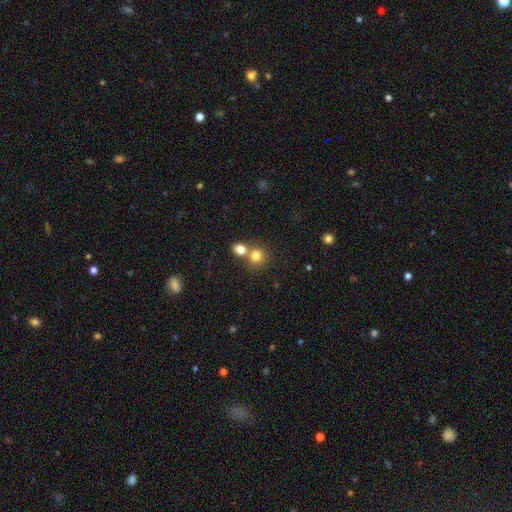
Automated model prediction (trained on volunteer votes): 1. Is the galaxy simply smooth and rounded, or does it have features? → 79% smooth, 12% star or artifact, 8% featured or disk.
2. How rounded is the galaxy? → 84% round, 15% in between, 1% cigar-shaped.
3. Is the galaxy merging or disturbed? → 48% none, 43% merger, 6% minor disturbance, 3% major disturbance.